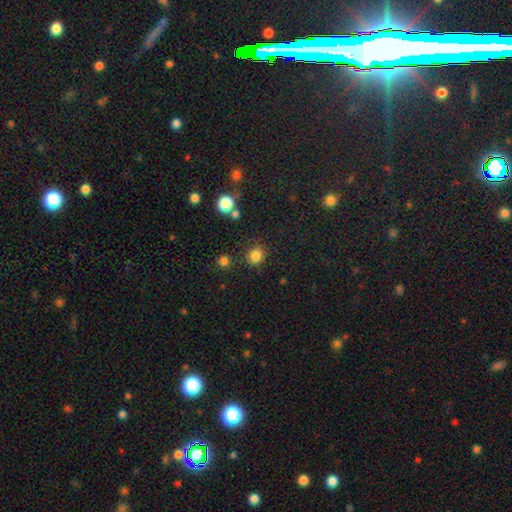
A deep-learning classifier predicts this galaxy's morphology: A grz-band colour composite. It shows a smooth galaxy with no disk features (82%) that is round (74%). Merging: none (83%).